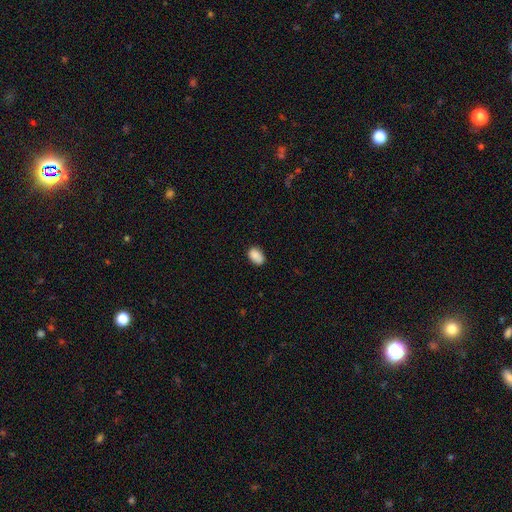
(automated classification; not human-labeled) The model was most divided on "merging": none: 80%, minor disturbance: 16%, major disturbance: 3%, merger: 1%. More confident: smooth or featured — smooth (88%); how rounded — in between (85%).